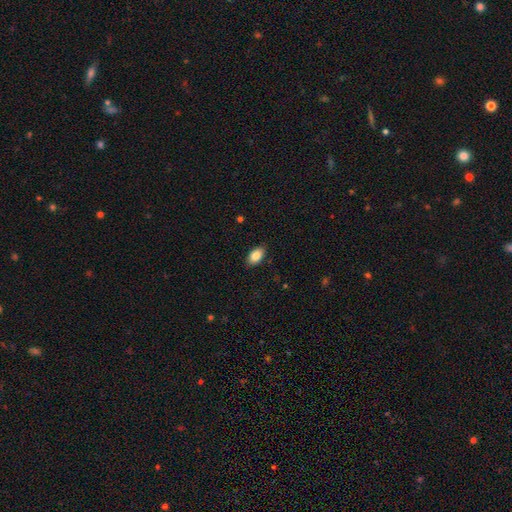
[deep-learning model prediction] This appears to be a smooth galaxy with no disk features (84%) that is in between round and cigar-shaped (93%). Merging: none (88%).